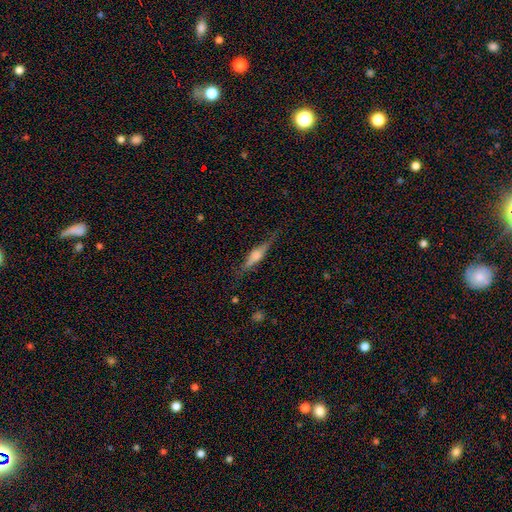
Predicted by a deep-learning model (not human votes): Smooth or featured? Predicted: featured or disk (p=0.60). Edge-on disk? Predicted: yes (p=0.95). Edge-on bulge? Predicted: rounded (p=0.76). Merging? Predicted: none (p=0.79).